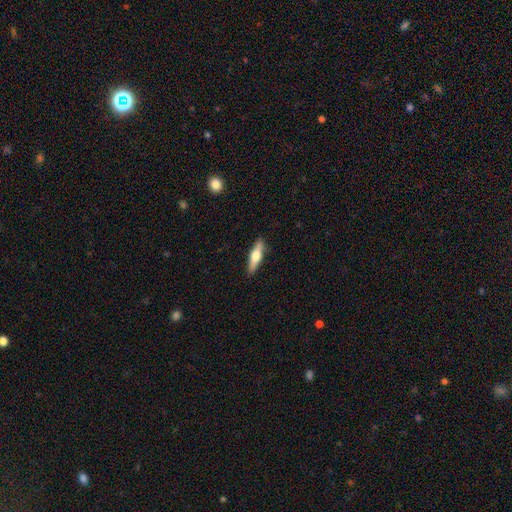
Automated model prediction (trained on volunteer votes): A smooth galaxy with no disk features (48%). Merging: none (88%).